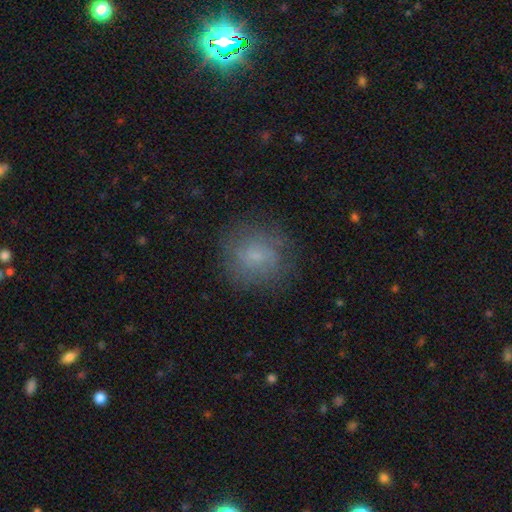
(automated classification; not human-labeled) Q: Smooth or featured?
A: smooth (62%); runner-up: featured or disk (27%)
Q: How rounded?
A: round (83%); runner-up: in between (16%)
Q: Merging?
A: none (75%); runner-up: minor disturbance (15%)